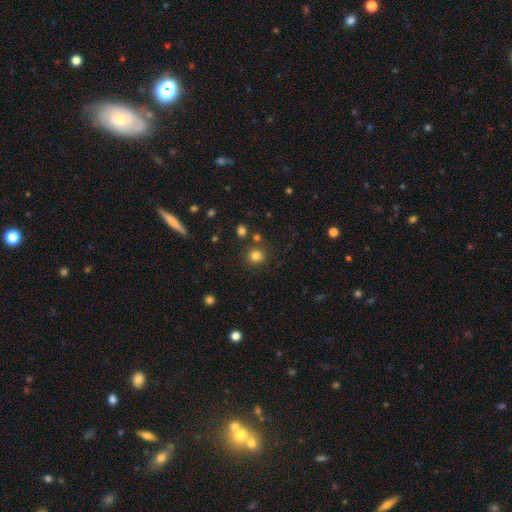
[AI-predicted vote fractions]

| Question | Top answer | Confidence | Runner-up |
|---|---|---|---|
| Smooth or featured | smooth | 80% | star or artifact (14%) |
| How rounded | round | 86% | in between (13%) |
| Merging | none | 80% | minor disturbance (9%) |